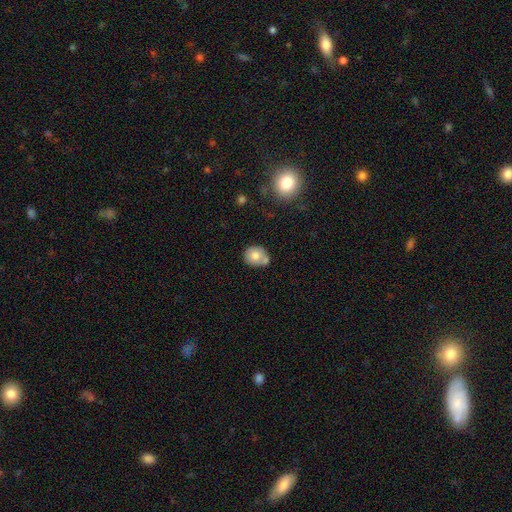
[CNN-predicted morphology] A smooth galaxy with no disk features (74%) that is round (73%).

Vote fractions:
- Smooth or featured? smooth: 74% / featured or disk: 18% / star or artifact: 9%
- How rounded? round: 73% / in between: 26% / cigar-shaped: 1%
- Merging? none: 50% / merger: 26% / minor disturbance: 19% / major disturbance: 5%